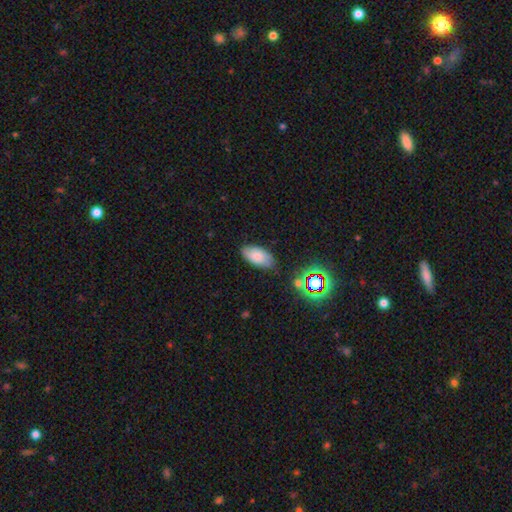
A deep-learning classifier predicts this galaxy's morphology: smooth_or_featured: smooth (p=0.80) [alt: featured or disk p=0.10]
how_rounded: in between (p=0.93) [alt: cigar-shaped p=0.04]
merging: none (p=0.81) [alt: minor disturbance p=0.14]